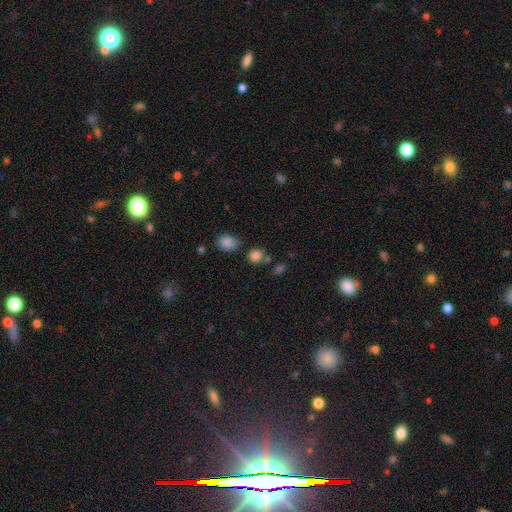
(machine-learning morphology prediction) This appears to be a smooth galaxy with no disk features (82%) that is round (80%). Merging: none (68%).